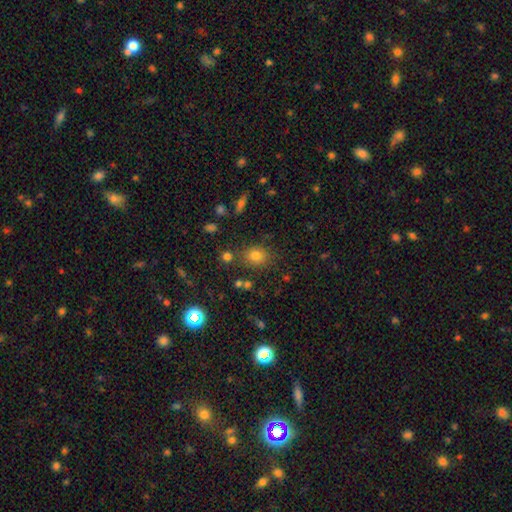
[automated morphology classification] Q: Smooth or featured?
A: smooth (76%); runner-up: star or artifact (17%)
Q: How rounded?
A: round (62%); runner-up: in between (37%)
Q: Merging?
A: none (78%); runner-up: minor disturbance (11%)